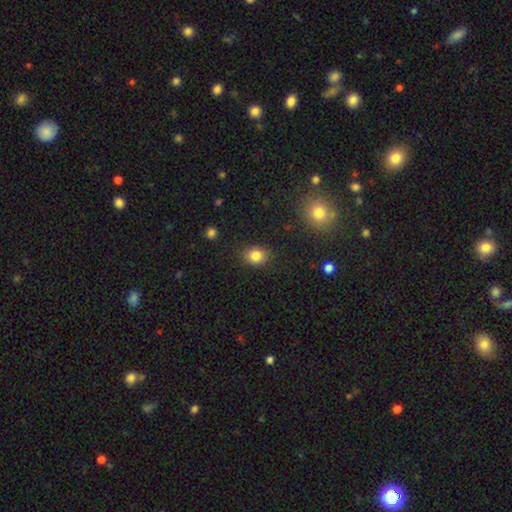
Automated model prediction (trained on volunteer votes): Q: Smooth or featured?
A: smooth (84%); runner-up: star or artifact (11%)
Q: How rounded?
A: round (64%); runner-up: in between (35%)
Q: Merging?
A: none (86%); runner-up: minor disturbance (10%)